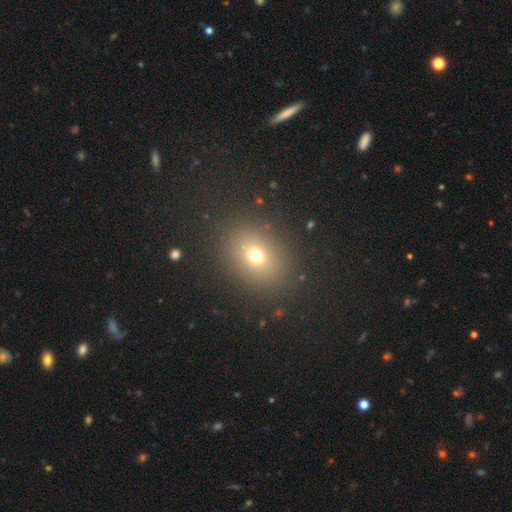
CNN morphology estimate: smooth 69%, star or artifact 18%, featured or disk 13%. Down the decision tree: how rounded — in between (51%); merging — none (86%).